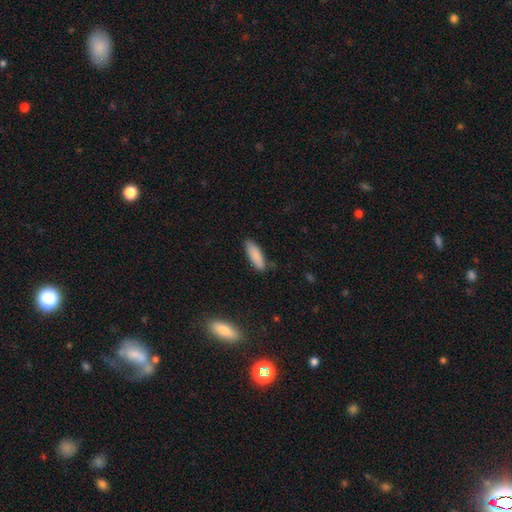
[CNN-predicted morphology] Overall: smooth (87%). How rounded: in between (52%; cigar-shaped 46%). Merging: none (80%).